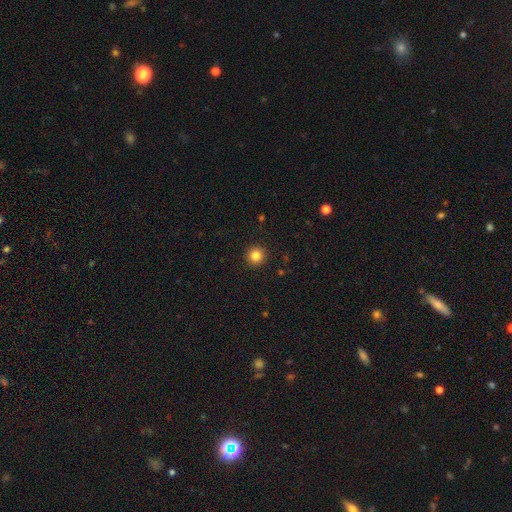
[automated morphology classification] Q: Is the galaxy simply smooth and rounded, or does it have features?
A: smooth — 83%.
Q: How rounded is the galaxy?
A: round — 95%.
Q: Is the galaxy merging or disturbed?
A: none — 93%.